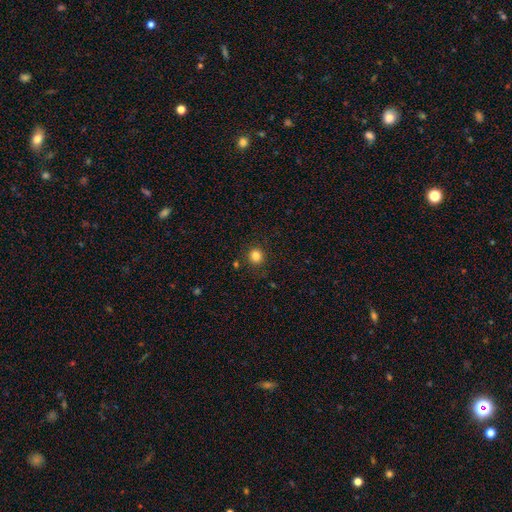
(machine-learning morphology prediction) Smooth or featured? Predicted: smooth (p=0.83). How rounded? Predicted: round (p=0.91). Merging? Predicted: none (p=0.88).